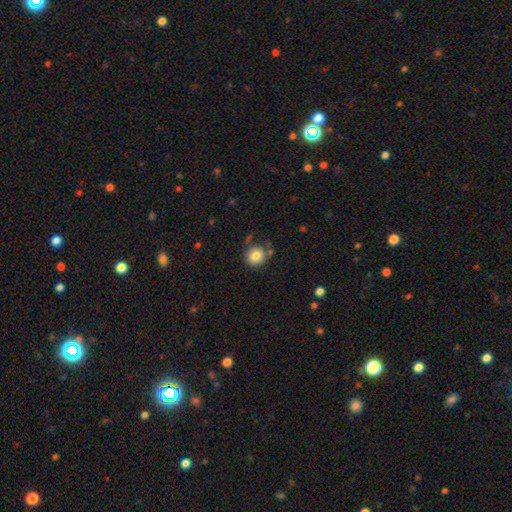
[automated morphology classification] This is clearly a smooth galaxy (83%). How rounded: clearly round (88%). Merging: likely none (73%).